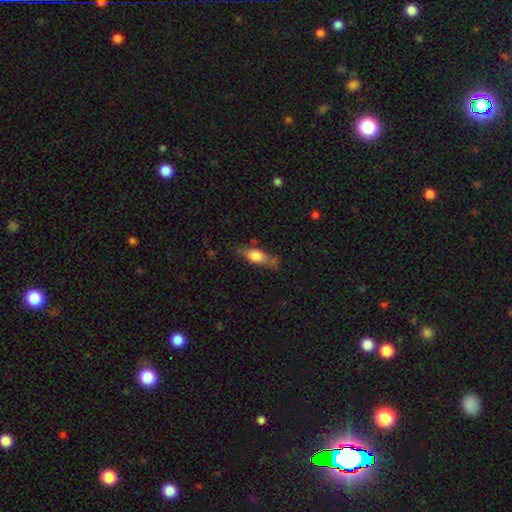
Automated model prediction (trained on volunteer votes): Overall: smooth (63%; featured or disk 30%). How rounded: in between (61%; cigar-shaped 35%). Merging: none (59%; minor disturbance 26%).